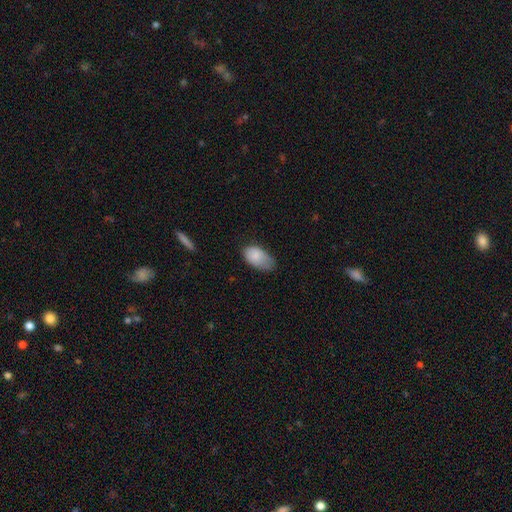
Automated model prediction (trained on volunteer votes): Smooth or featured?
  - smooth: 85% *
  - featured or disk: 8%
  - star or artifact: 7%
How rounded?
  - in between: 93% *
  - round: 6%
  - cigar-shaped: 2%
Merging?
  - none: 43% * (tied)
  - minor disturbance: 43% * (tied)
  - major disturbance: 13%
  - merger: 2%